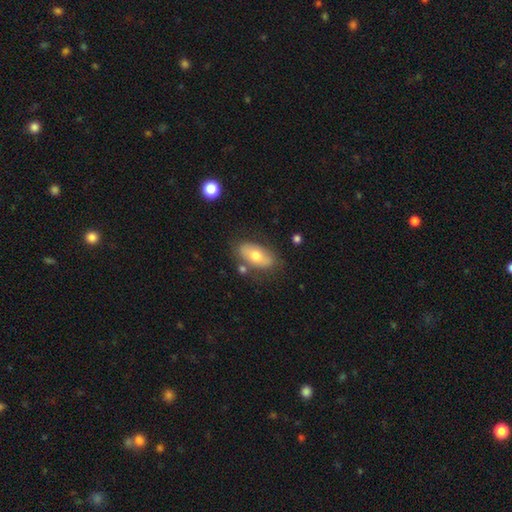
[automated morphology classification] Overall: smooth (62%; featured or disk 32%). How rounded: in between (90%). Merging: none (73%).